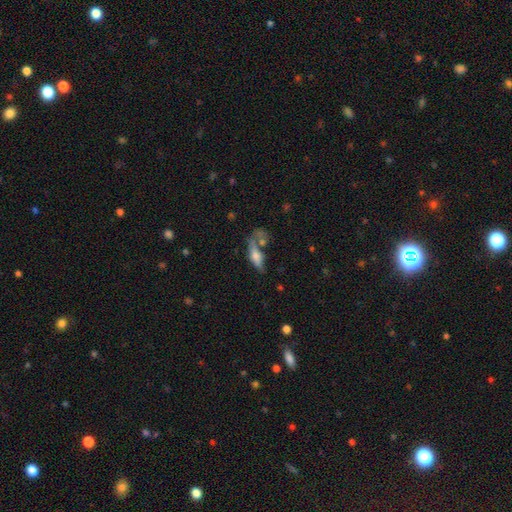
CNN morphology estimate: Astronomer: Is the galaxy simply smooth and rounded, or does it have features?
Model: smooth — 52% (runner-up: featured or disk, 39%).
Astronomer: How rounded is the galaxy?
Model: cigar-shaped — 49% (runner-up: in between, 47%).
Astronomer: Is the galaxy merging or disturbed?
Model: none — 39% (runner-up: merger, 26%).